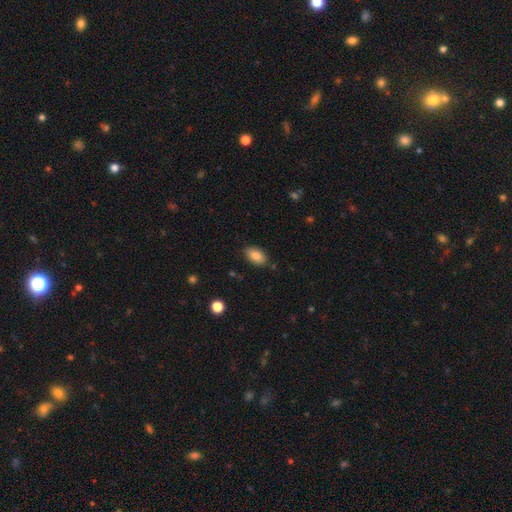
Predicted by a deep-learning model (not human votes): Morphology: type=smooth (85%); roundness=in between (92%); merging=none (84%).